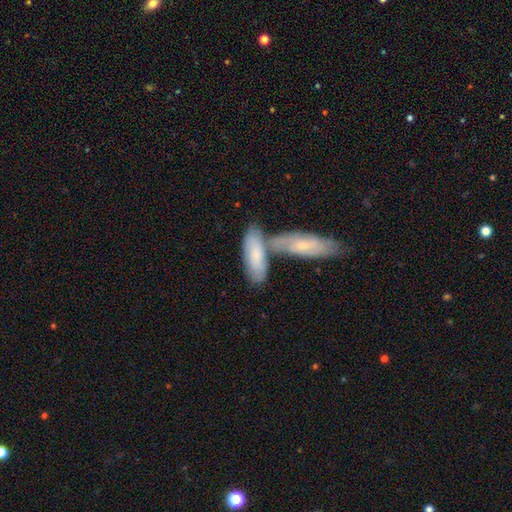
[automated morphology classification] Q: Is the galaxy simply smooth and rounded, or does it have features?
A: smooth — 66%.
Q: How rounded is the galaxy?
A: in between — 60%.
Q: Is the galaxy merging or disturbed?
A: merger — 49%.